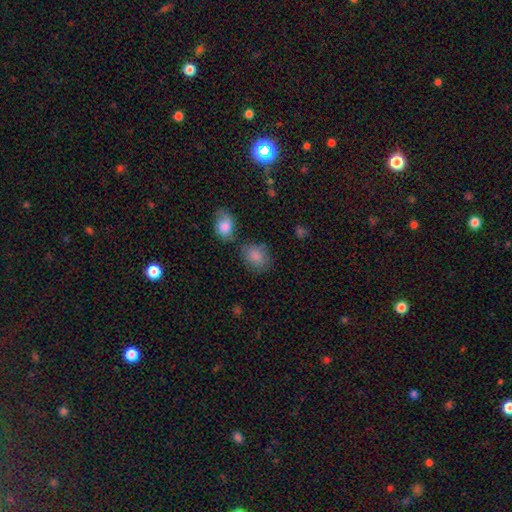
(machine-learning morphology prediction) smooth 85%, star or artifact 9%, featured or disk 7%. Down the decision tree: how rounded — in between (56%); merging — none (64%).